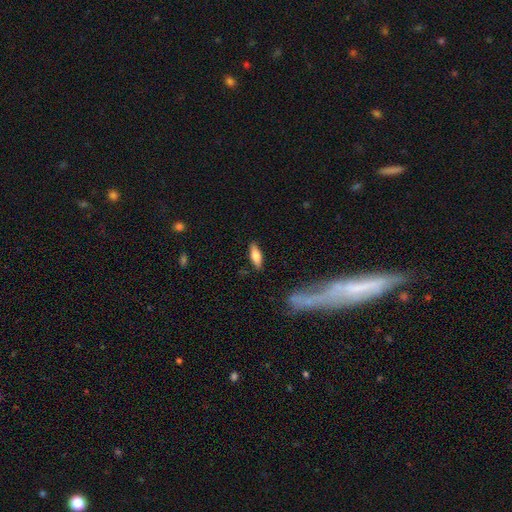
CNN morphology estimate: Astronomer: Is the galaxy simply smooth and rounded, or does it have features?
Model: smooth — 70%.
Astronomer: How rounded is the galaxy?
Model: in between — 60% (runner-up: cigar-shaped, 38%).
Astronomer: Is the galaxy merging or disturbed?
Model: none — 86%.